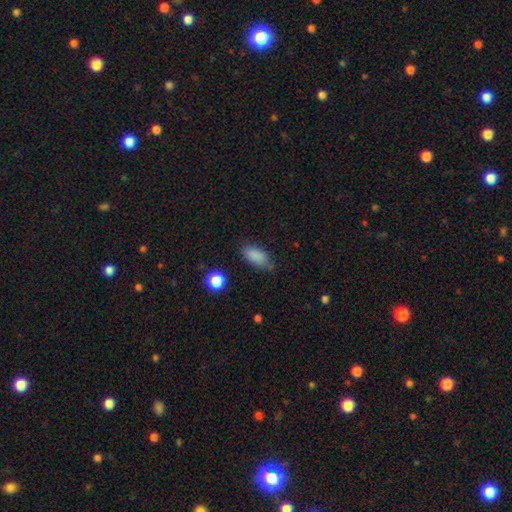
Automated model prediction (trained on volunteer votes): Smooth or featured?
  - smooth: 86% *
  - star or artifact: 9%
  - featured or disk: 5%
How rounded?
  - in between: 88% *
  - cigar-shaped: 8%
  - round: 4%
Merging?
  - none: 70% *
  - minor disturbance: 23%
  - major disturbance: 5%
  - merger: 2%